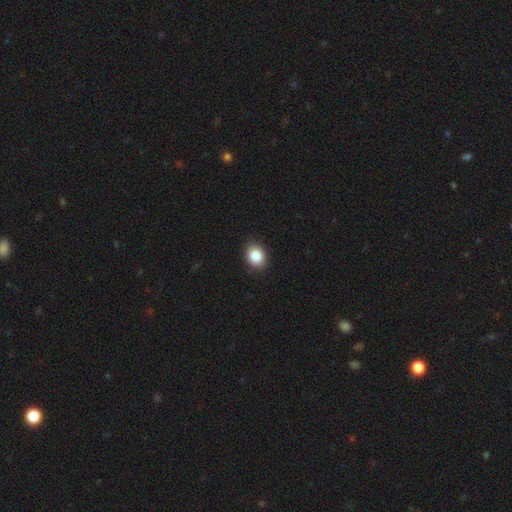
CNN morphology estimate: A smooth galaxy with no disk features (86%) that is in between round and cigar-shaped (57%). Merging: none (90%).